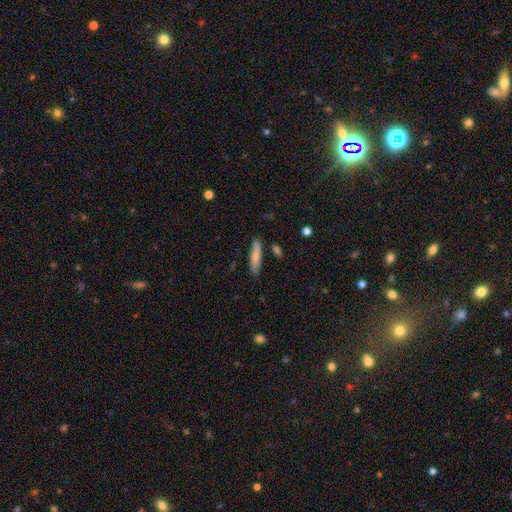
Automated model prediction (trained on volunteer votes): Smooth or featured? smooth (76%)
How rounded? cigar-shaped (79%)
Merging? none (81%)